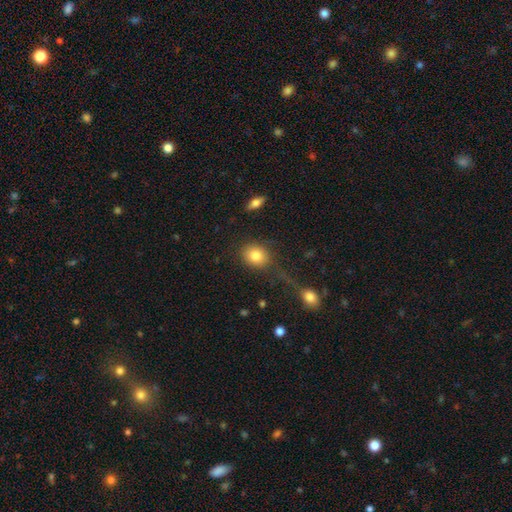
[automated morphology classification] smooth 83%, star or artifact 9%, featured or disk 8%. Down the decision tree: how rounded — round (58%); merging — none (77%).